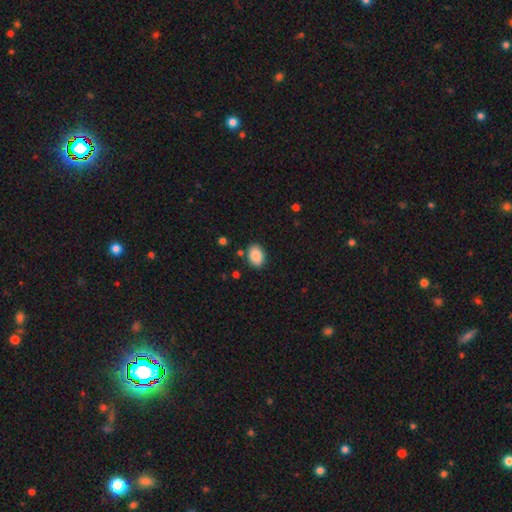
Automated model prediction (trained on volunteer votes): This appears to be a smooth galaxy with no disk features (88%) that is in between round and cigar-shaped (79%). Merging: none (84%).